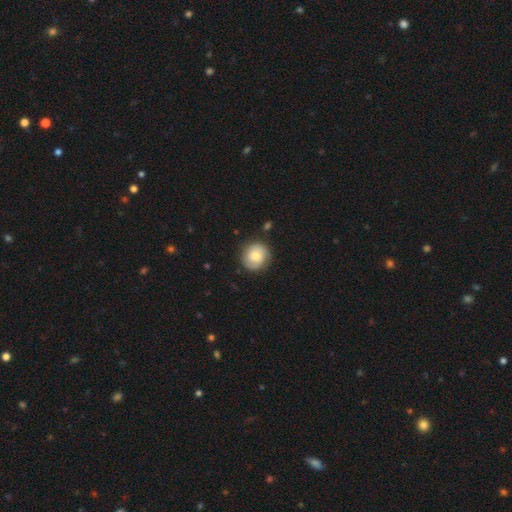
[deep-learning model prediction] Morphology: type=smooth (55%); roundness=round (87%); merging=none (83%).